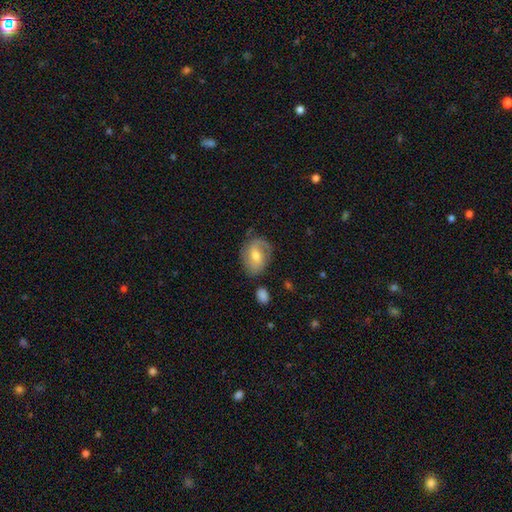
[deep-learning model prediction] smooth-or-featured: featured or disk: 59% | smooth: 34% | star or artifact: 7%
  disk-edge-on: no: 96% | yes: 4%
    bar: weak: 50% | no: 33% | strong: 18%
    has-spiral-arms: yes: 83% | no: 17%
    bulge-size: moderate: 61% | small: 33% | large: 4% | none: 2% | dominant: 1%
  merging: none: 63% | minor disturbance: 24% | major disturbance: 10% | merger: 4%